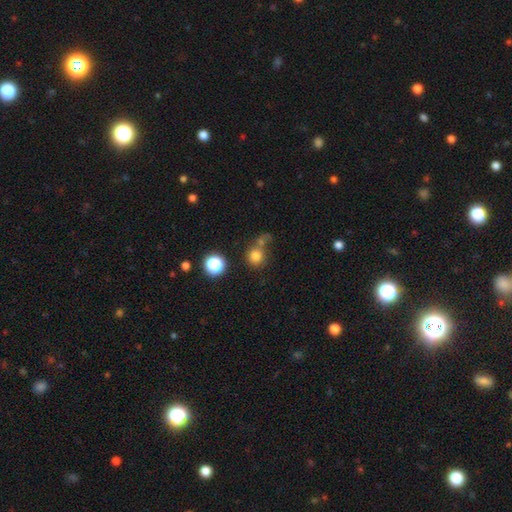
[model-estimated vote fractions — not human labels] Morphology: type=smooth (77%); roundness=round (89%); merging=none (55%).